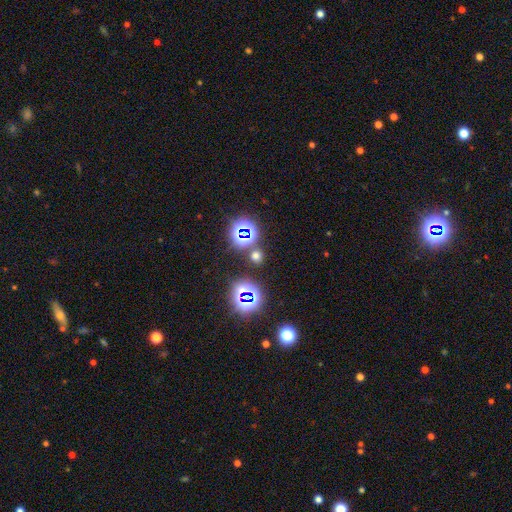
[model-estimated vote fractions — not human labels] Overall: smooth (49%; star or artifact 45%). Merging: none (77%).